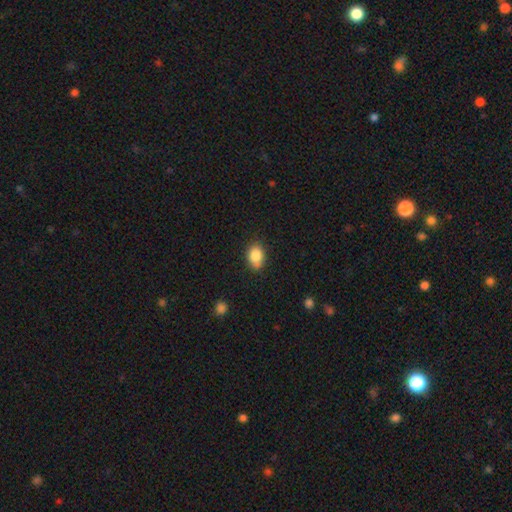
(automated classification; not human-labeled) smooth 85%, star or artifact 9%, featured or disk 6%. Down the decision tree: how rounded — in between (72%); merging — none (74%).